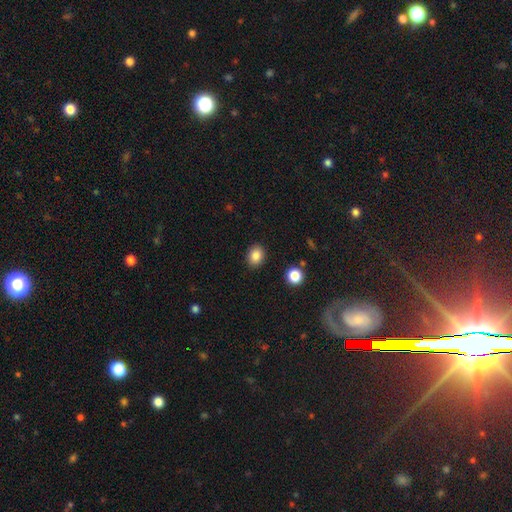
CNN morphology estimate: A smooth galaxy with no disk features (86%) that is in between round and cigar-shaped (58%). Merging: none (88%).